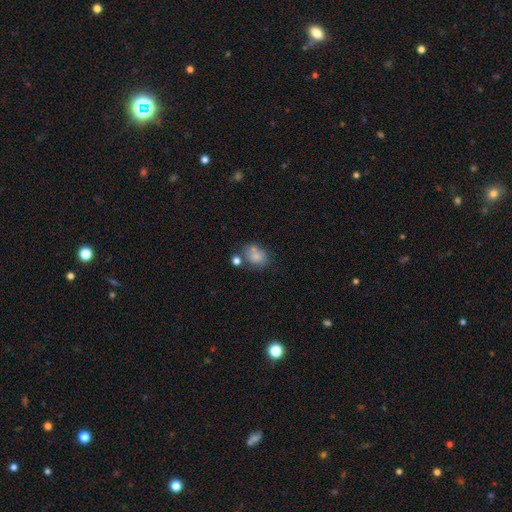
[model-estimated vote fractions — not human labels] Smooth or featured?
  - smooth: 76% *
  - featured or disk: 14%
  - star or artifact: 10%
How rounded?
  - in between: 61% *
  - round: 38%
  - cigar-shaped: 1%
Merging?
  - none: 50% *
  - merger: 22%
  - minor disturbance: 20%
  - major disturbance: 8%